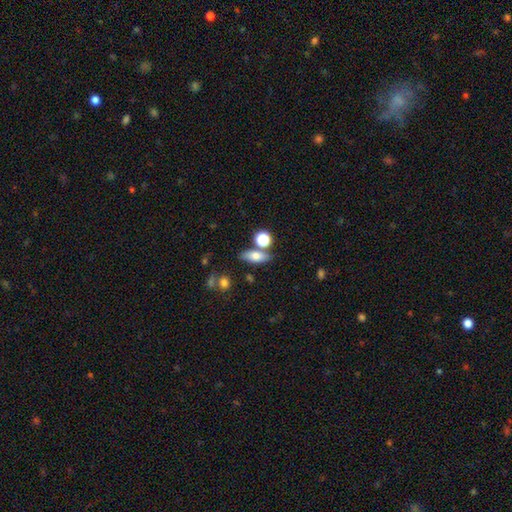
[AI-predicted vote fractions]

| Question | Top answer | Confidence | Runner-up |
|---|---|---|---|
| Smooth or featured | smooth | 71% | featured or disk (18%) |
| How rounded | in between | 67% | cigar-shaped (22%) |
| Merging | none | 71% | merger (13%) |